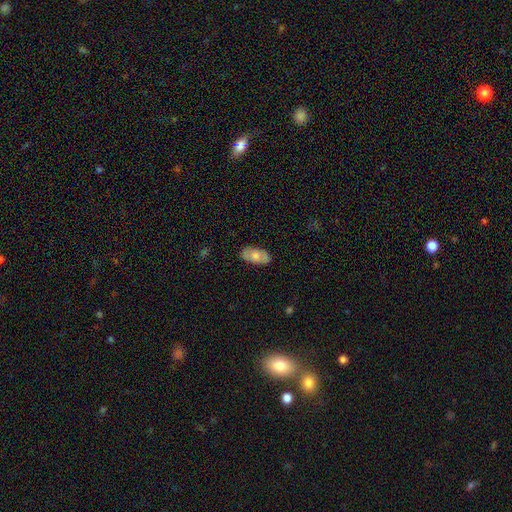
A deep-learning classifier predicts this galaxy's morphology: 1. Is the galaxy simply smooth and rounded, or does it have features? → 65% smooth, 28% featured or disk, 6% star or artifact.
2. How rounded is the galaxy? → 93% in between, 4% round, 3% cigar-shaped.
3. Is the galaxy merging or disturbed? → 84% none, 12% minor disturbance, 3% major disturbance, 1% merger.